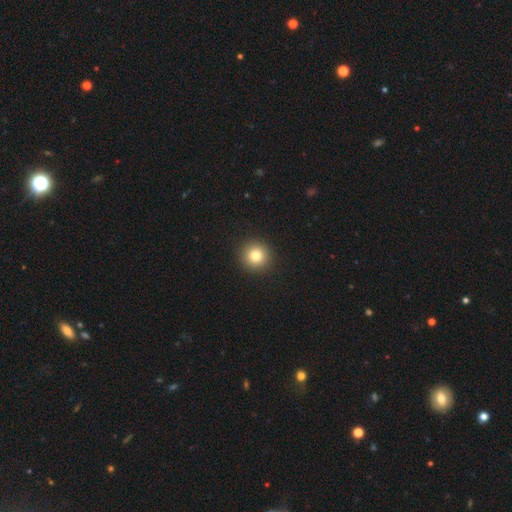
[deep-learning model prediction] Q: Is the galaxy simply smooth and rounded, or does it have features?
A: smooth — 81%.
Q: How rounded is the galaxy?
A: round — 95%.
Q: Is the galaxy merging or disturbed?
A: none — 93%.